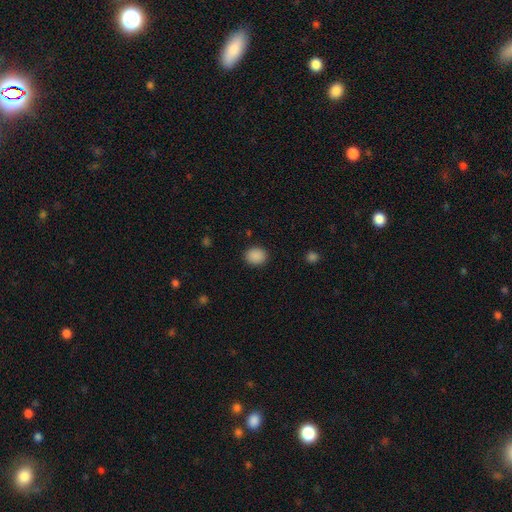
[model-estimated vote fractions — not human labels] Morphology: type=smooth (89%); roundness=round (65%); merging=none (90%).